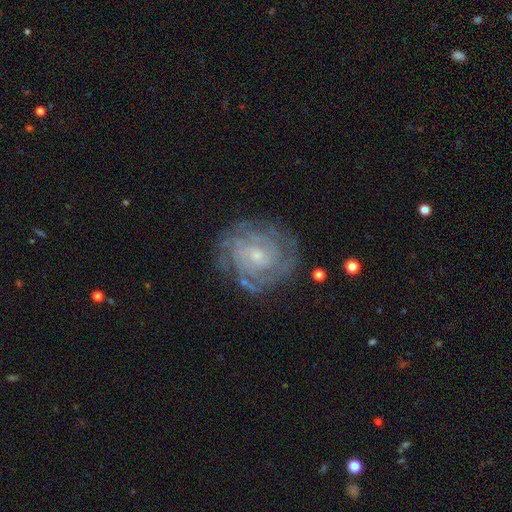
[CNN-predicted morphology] Smooth or featured?
  - featured or disk: 84% *
  - smooth: 9%
  - star or artifact: 7%
Edge-on disk?
  - no: 97% *
  - yes: 3%
Bar?
  - no: 63% *
  - weak: 31%
  - strong: 6%
Spiral arms?
  - yes: 94% *
  - no: 6%
Spiral winding?
  - tight: 73% *
  - medium: 22%
  - loose: 4%
Spiral arm count?
  - can't tell: 37% *
  - 3: 18%
  - 4: 18%
  - 2: 14%
  - more than 4: 8%
  - 1: 6%
Bulge size?
  - small: 66% *
  - moderate: 28%
  - none: 4%
  - large: 2%
  - dominant: 1%
Merging?
  - none: 77% *
  - minor disturbance: 15%
  - major disturbance: 6%
  - merger: 1%